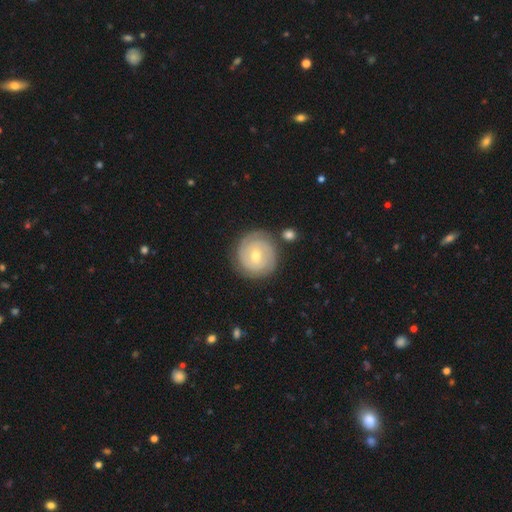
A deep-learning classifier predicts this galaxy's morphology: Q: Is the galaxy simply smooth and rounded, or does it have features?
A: featured or disk — 77%.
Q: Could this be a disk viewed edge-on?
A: no — 98%.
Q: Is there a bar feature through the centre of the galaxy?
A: no — 59%.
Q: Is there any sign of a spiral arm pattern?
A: yes — 94%.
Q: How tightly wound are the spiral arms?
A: tight — 83%.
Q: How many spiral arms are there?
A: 2 — 49%.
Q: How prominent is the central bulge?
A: moderate — 53%.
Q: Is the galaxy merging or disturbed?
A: none — 84%.